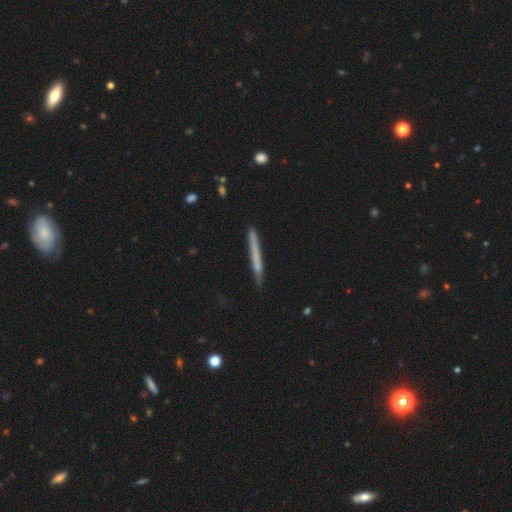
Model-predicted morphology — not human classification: Smooth or featured? smooth (55%)
How rounded? cigar-shaped (97%)
Merging? none (86%)